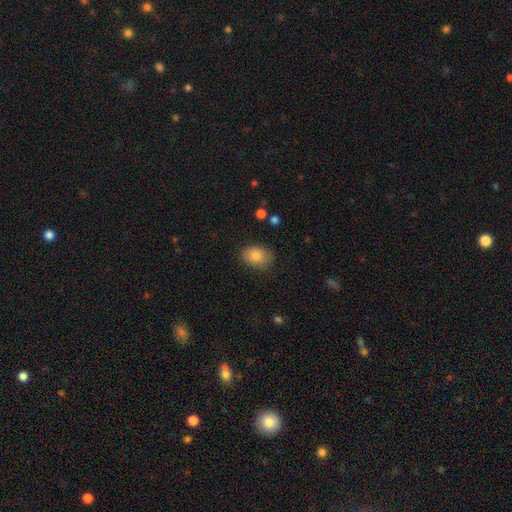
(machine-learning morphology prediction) smooth-or-featured: smooth: 82% | featured or disk: 9% | star or artifact: 8%
  how-rounded: in between: 74% | round: 25% | cigar-shaped: 1%
  merging: none: 82% | minor disturbance: 14% | major disturbance: 3% | merger: 1%